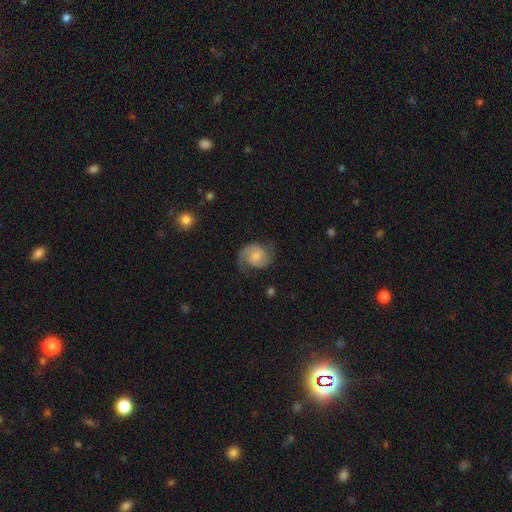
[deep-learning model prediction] Smooth or featured? featured or disk (74%)
Edge-on disk? no (98%)
Bar? no (57%)
Spiral arms? yes (96%)
Spiral winding? medium (50%)
Spiral arm count? 2 (84%)
Bulge size? moderate (37%)
Merging? none (68%)